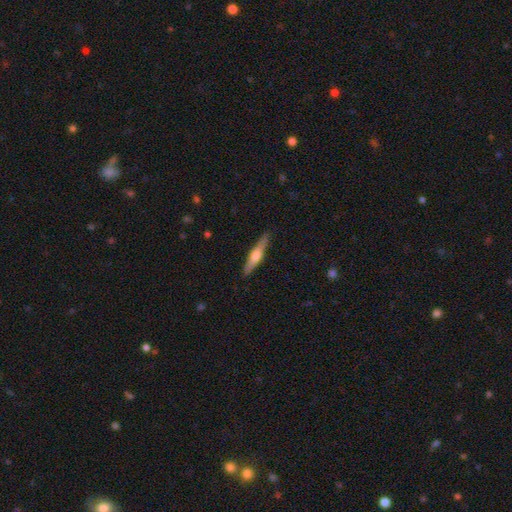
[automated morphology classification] Smooth or featured? featured or disk (56%)
Edge-on disk? yes (97%)
Edge-on bulge? rounded (83%)
Merging? none (88%)